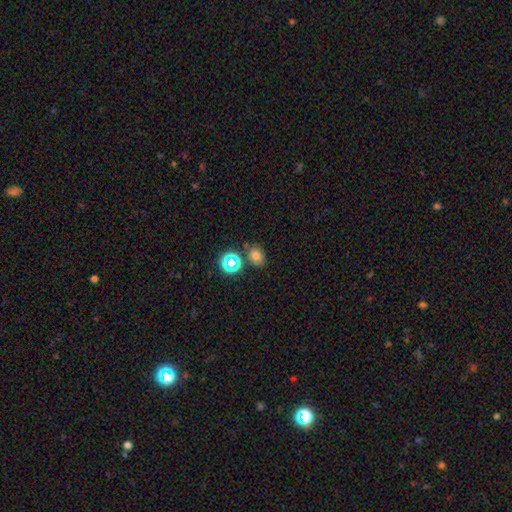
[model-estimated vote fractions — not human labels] smooth-or-featured: smooth: 69% | star or artifact: 22% | featured or disk: 9%
  how-rounded: round: 50% | in between: 49% | cigar-shaped: 1%
  merging: none: 75% | minor disturbance: 12% | merger: 10% | major disturbance: 3%